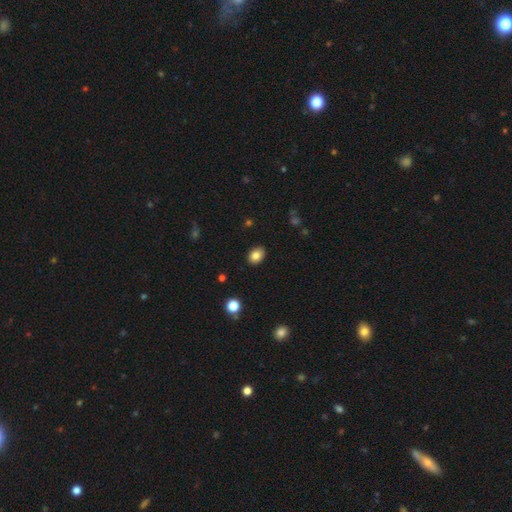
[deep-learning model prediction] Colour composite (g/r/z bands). It shows a smooth galaxy with no disk features (84%) that is in between round and cigar-shaped (69%). Merging: none (88%).